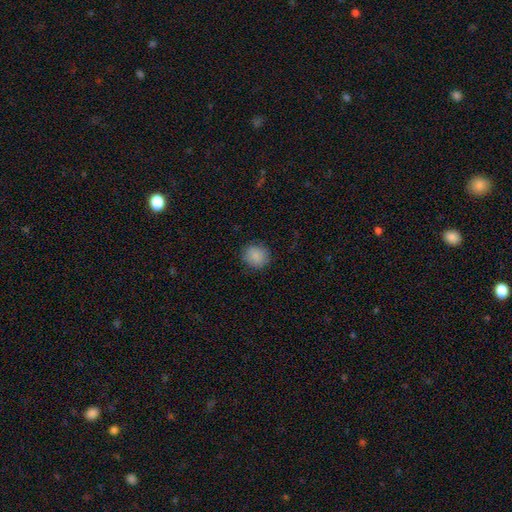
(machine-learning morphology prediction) Overall: smooth (88%). How rounded: round (84%). Merging: none (86%).